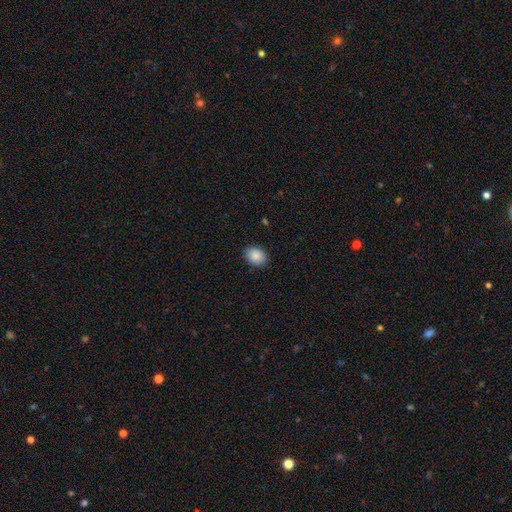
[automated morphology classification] smooth 89%, star or artifact 7%, featured or disk 4%. Down the decision tree: how rounded — in between (67%); merging — none (89%).